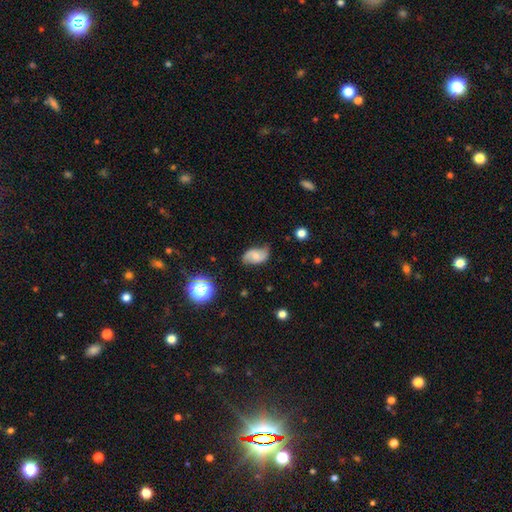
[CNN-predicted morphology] smooth_or_featured: featured or disk (p=0.57) [alt: smooth p=0.33]
disk_edge_on: no (p=0.96) [alt: yes p=0.04]
bar: no (p=0.57) [alt: weak p=0.35]
has_spiral_arms: yes (p=0.90) [alt: no p=0.10]
bulge_size: small (p=0.46) [alt: moderate p=0.37]
merging: none (p=0.67) [alt: minor disturbance p=0.24]